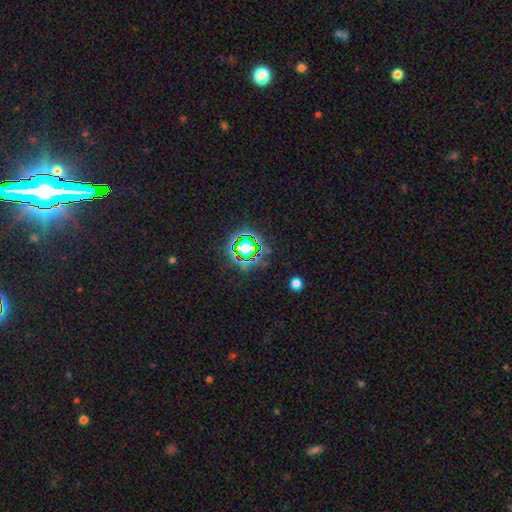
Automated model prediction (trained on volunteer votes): star or artifact 79%, smooth 13%, featured or disk 8%.